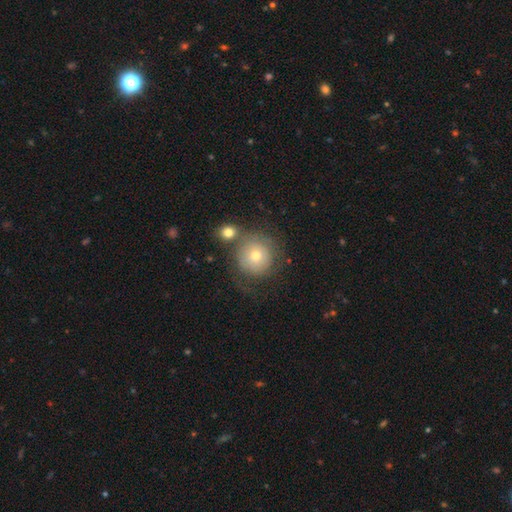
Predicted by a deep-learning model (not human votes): smooth-or-featured: smooth: 61% | featured or disk: 28% | star or artifact: 11%
  how-rounded: round: 93% | in between: 6% | cigar-shaped: 1%
  merging: none: 58% | minor disturbance: 16% | merger: 16% | major disturbance: 11%